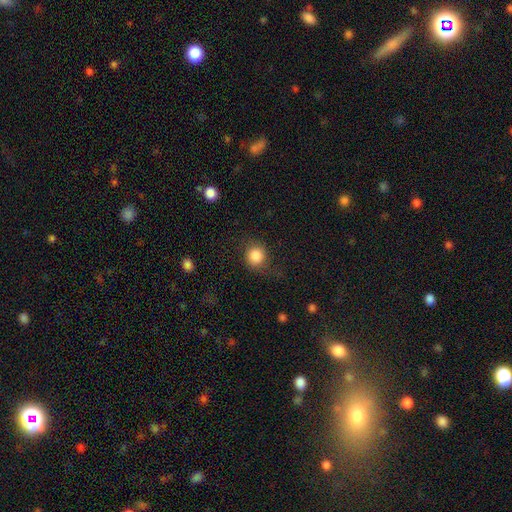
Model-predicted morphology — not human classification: Q: Smooth or featured?
A: smooth (84%); runner-up: star or artifact (9%)
Q: How rounded?
A: round (86%); runner-up: in between (13%)
Q: Merging?
A: none (73%); runner-up: minor disturbance (16%)